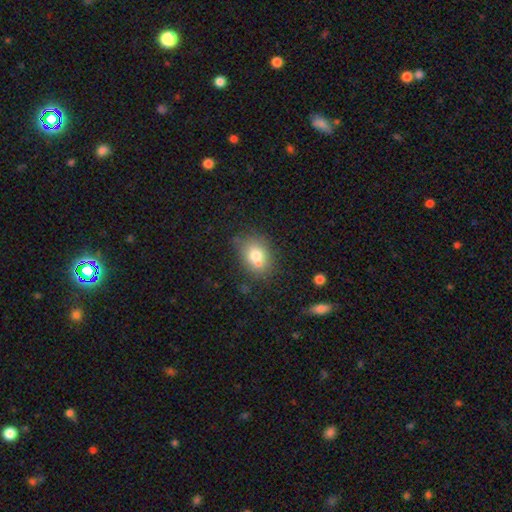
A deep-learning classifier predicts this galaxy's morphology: Smooth or featured? smooth (74%)
How rounded? in between (61%)
Merging? none (61%)